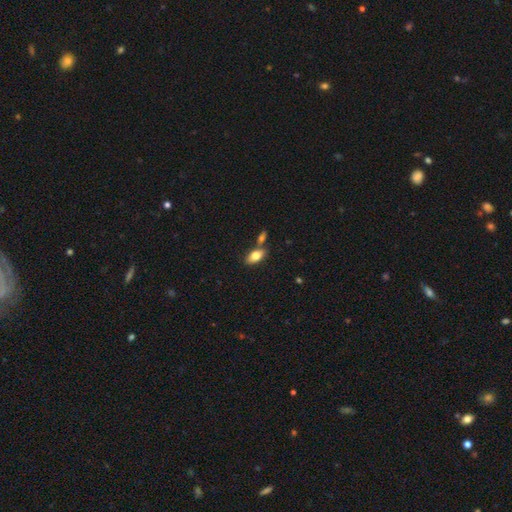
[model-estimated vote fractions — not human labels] smooth-or-featured: smooth: 75% | featured or disk: 17% | star or artifact: 7%
  how-rounded: in between: 89% | cigar-shaped: 7% | round: 5%
  merging: none: 65% | merger: 19% | minor disturbance: 12% | major disturbance: 3%